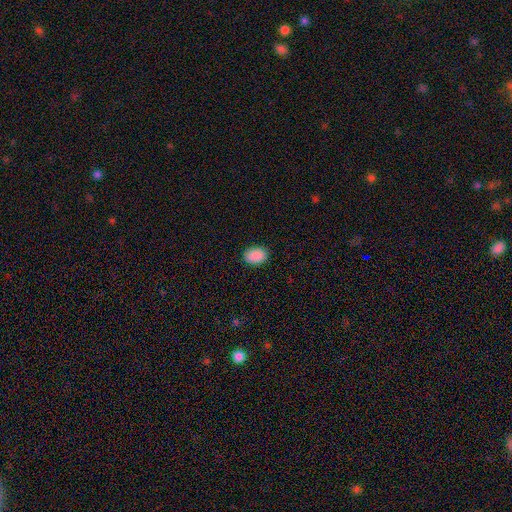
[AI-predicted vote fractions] Smooth or featured? Predicted: smooth (p=0.90). How rounded? Predicted: in between (p=0.81). Merging? Predicted: none (p=0.89).